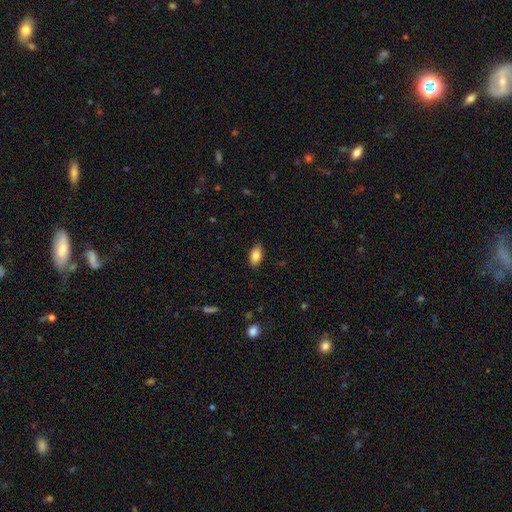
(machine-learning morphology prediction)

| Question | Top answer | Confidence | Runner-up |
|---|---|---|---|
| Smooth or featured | smooth | 84% | featured or disk (8%) |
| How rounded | in between | 92% | cigar-shaped (4%) |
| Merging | none | 87% | minor disturbance (10%) |